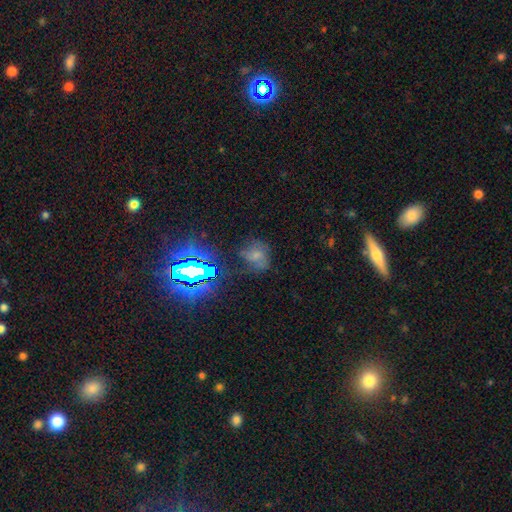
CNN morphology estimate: This appears to be a smooth galaxy with no disk features (44%). Merging: none (46%).